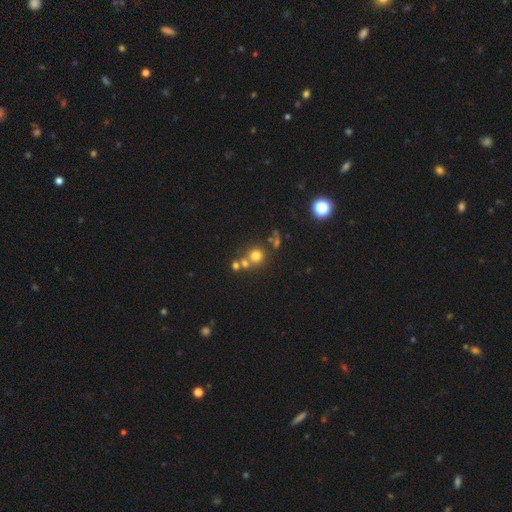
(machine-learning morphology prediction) smooth 69%, star or artifact 19%, featured or disk 12%. Down the decision tree: how rounded — round (88%); merging — none (59%).